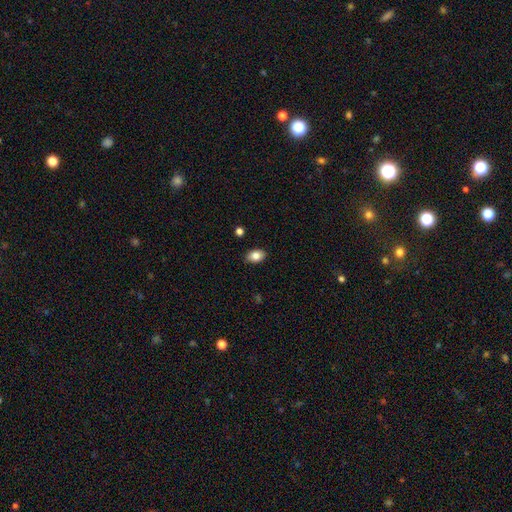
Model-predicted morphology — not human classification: The model was most divided on "how rounded": in between: 85%, round: 14%, cigar-shaped: 1%. More confident: merging — none (88%); smooth or featured — smooth (84%).